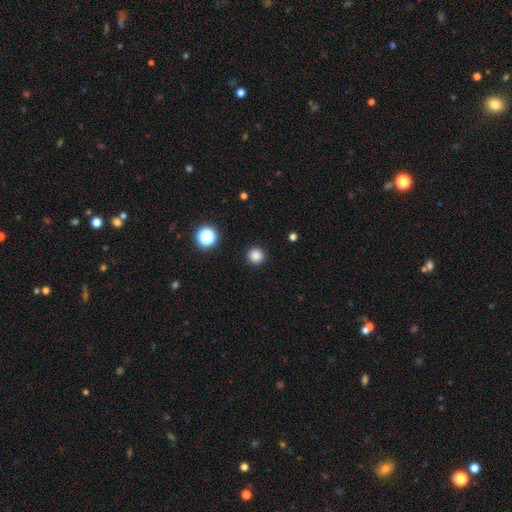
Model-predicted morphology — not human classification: Smooth or featured? smooth (84%)
How rounded? round (95%)
Merging? none (92%)